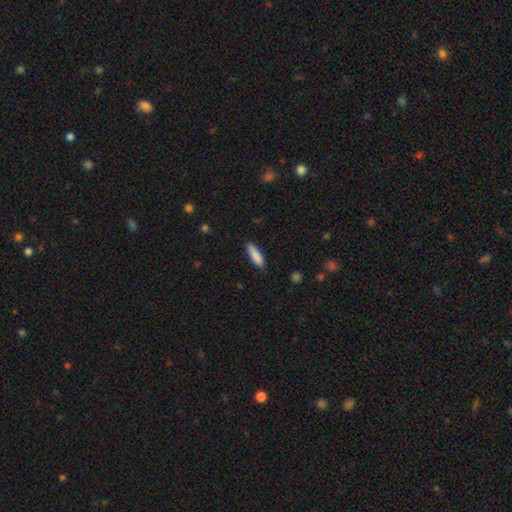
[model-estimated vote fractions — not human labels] The model was most divided on "how rounded": cigar-shaped: 57%, in between: 42%, round: 1%. More confident: smooth or featured — smooth (87%); merging — none (83%).